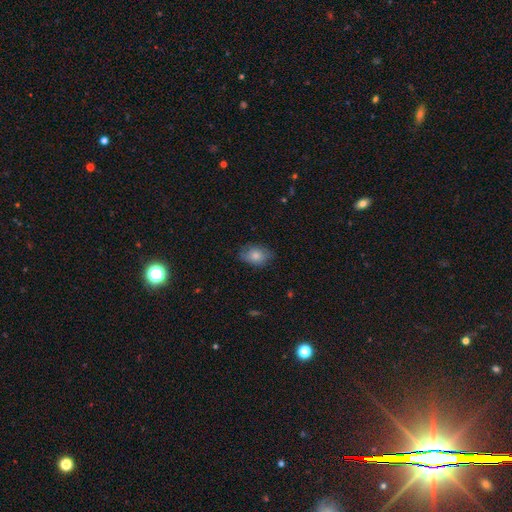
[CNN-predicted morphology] The model was most divided on "merging": none: 75%, minor disturbance: 20%, major disturbance: 4%, merger: 1%. More confident: smooth or featured — smooth (80%); how rounded — in between (78%).